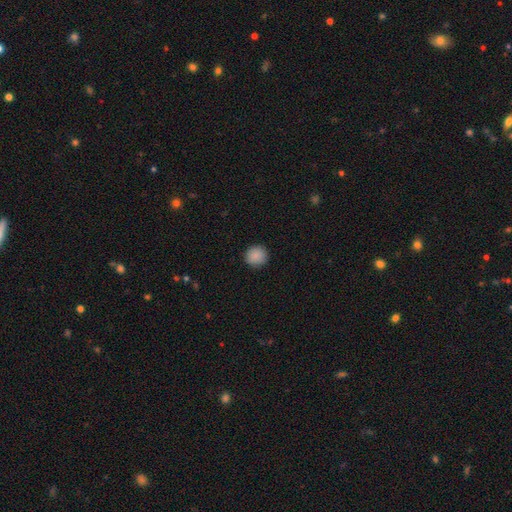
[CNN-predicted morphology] type=smooth (89%); roundness=round (93%); merging=none (91%).